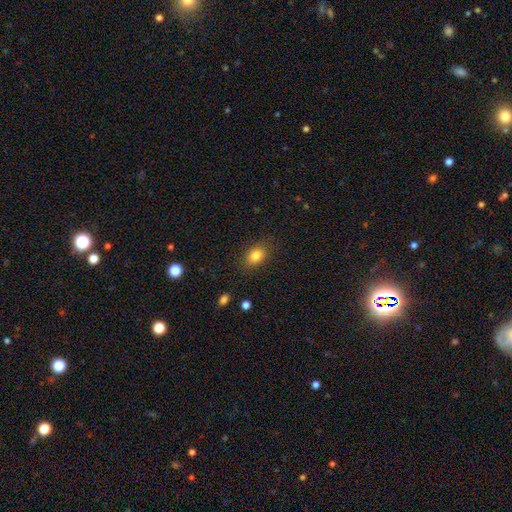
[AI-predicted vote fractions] smooth_or_featured: smooth (p=0.83) [alt: star or artifact p=0.10]
how_rounded: in between (p=0.69) [alt: round p=0.30]
merging: none (p=0.83) [alt: minor disturbance p=0.12]